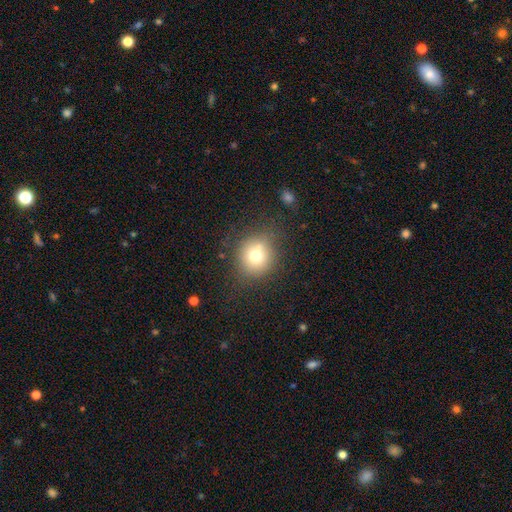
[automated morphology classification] Smooth or featured? Predicted: smooth (p=0.70). How rounded? Predicted: round (p=0.82). Merging? Predicted: none (p=0.71).